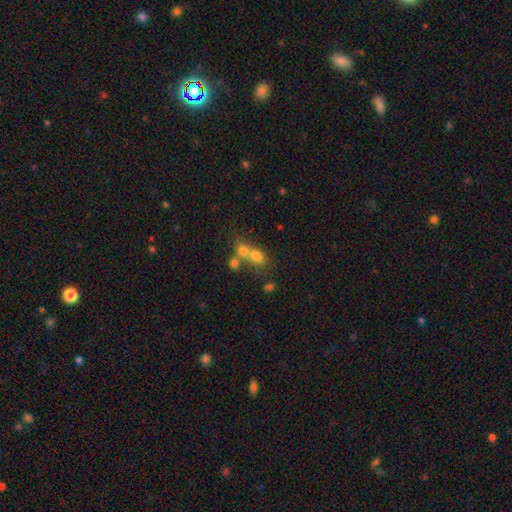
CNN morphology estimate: smooth 70%, featured or disk 17%, star or artifact 13%. Down the decision tree: how rounded — round (54%); merging — merger (61%).